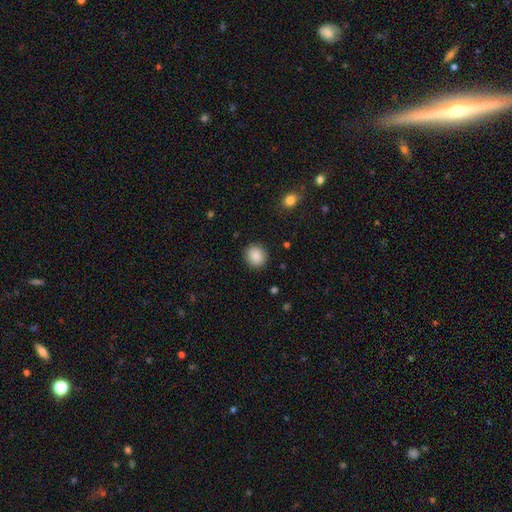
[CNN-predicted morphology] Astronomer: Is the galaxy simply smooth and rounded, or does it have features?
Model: smooth — 88%.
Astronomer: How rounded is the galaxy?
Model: round — 85%.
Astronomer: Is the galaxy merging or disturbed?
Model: none — 90%.